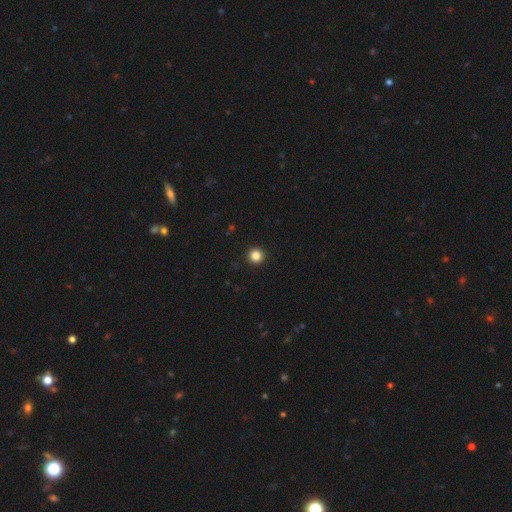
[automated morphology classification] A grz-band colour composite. It shows a smooth galaxy with no disk features (85%) that is round (96%). Merging: none (94%).